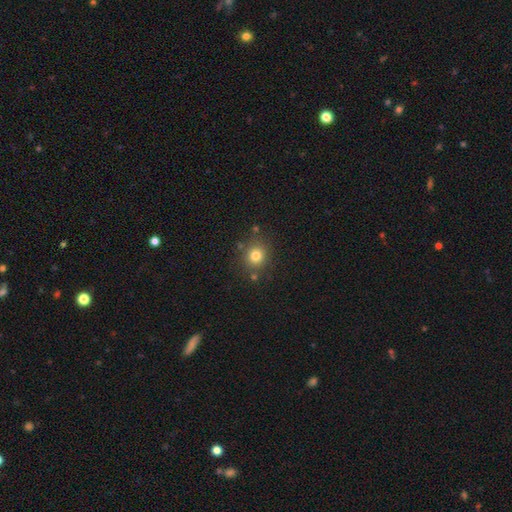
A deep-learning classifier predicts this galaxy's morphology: smooth_or_featured: smooth (p=0.79) [alt: star or artifact p=0.14]
how_rounded: round (p=0.86) [alt: in between p=0.14]
merging: none (p=0.81) [alt: minor disturbance p=0.10]